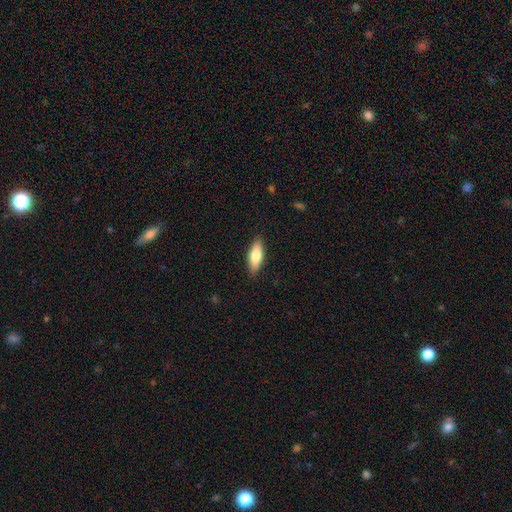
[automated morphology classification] Overall: smooth (74%). How rounded: in between (64%; cigar-shaped 34%). Merging: none (88%).